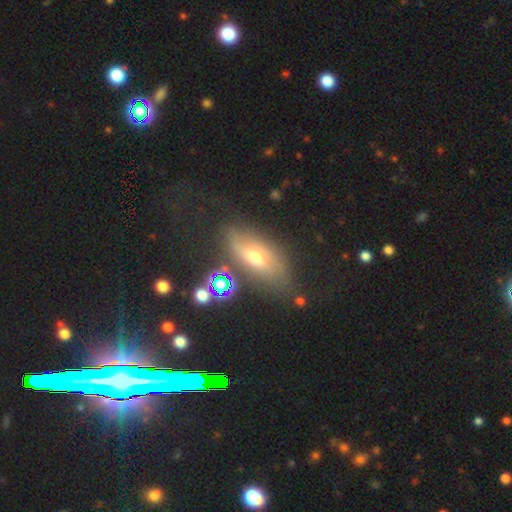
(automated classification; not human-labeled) Smooth or featured? smooth (45%)
Merging? none (70%)